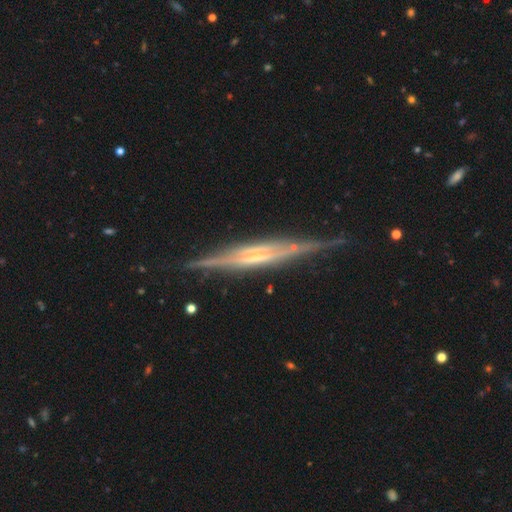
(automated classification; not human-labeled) Q: Smooth or featured?
A: featured or disk (85%); runner-up: smooth (9%)
Q: Edge-on disk?
A: yes (97%); runner-up: no (3%)
Q: Edge-on bulge?
A: boxy (35%); runner-up: rounded (34%)
Q: Merging?
A: none (81%); runner-up: minor disturbance (14%)